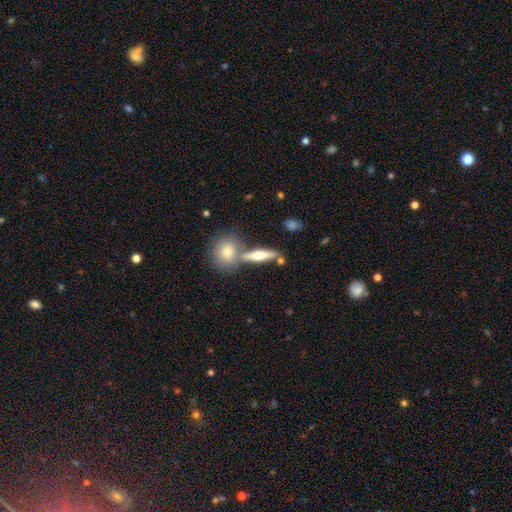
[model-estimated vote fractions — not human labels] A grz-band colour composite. It shows a featured or disk galaxy (50%). Merging: none (61%).